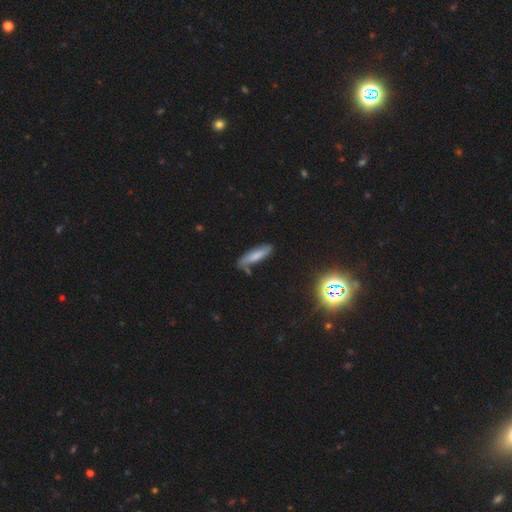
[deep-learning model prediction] A smooth galaxy with no disk features (67%) that is cigar-shaped (68%).

Vote fractions:
- Smooth or featured? smooth: 67% / featured or disk: 24% / star or artifact: 9%
- How rounded? cigar-shaped: 68% / in between: 30% / round: 2%
- Merging? none: 67% / minor disturbance: 22% / merger: 6% / major disturbance: 5%